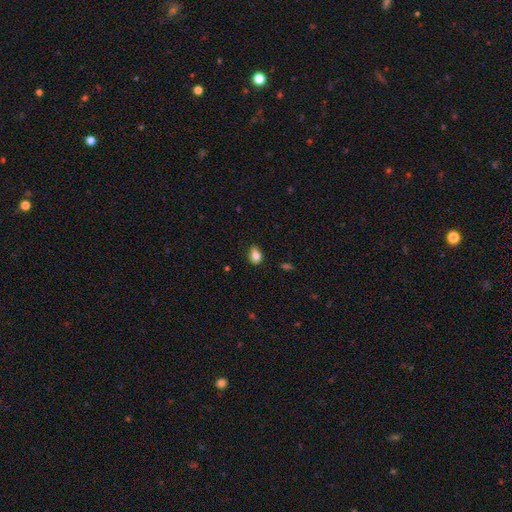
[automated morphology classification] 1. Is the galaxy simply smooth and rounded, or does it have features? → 83% smooth, 10% star or artifact, 8% featured or disk.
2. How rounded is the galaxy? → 76% in between, 21% round, 2% cigar-shaped.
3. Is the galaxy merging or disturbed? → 58% none, 32% minor disturbance, 7% major disturbance, 3% merger.